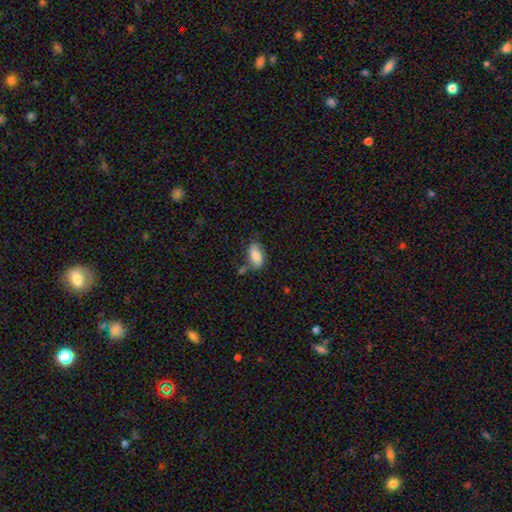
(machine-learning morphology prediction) Smooth or featured? Predicted: smooth (p=0.80). How rounded? Predicted: in between (p=0.91). Merging? Predicted: none (p=0.63).